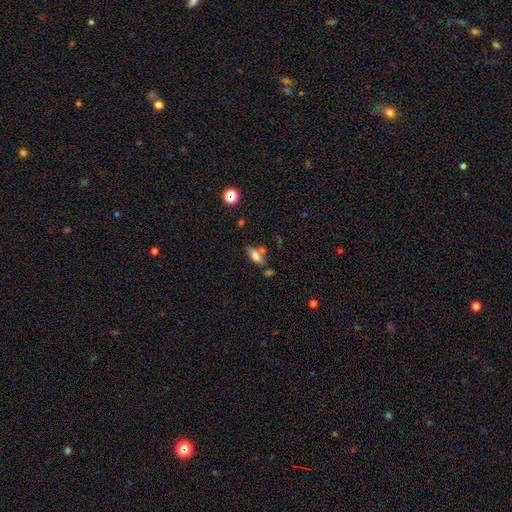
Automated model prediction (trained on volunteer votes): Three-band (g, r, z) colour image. It shows a smooth galaxy with no disk features (69%) that is in between round and cigar-shaped (82%). Merging: none (55%).